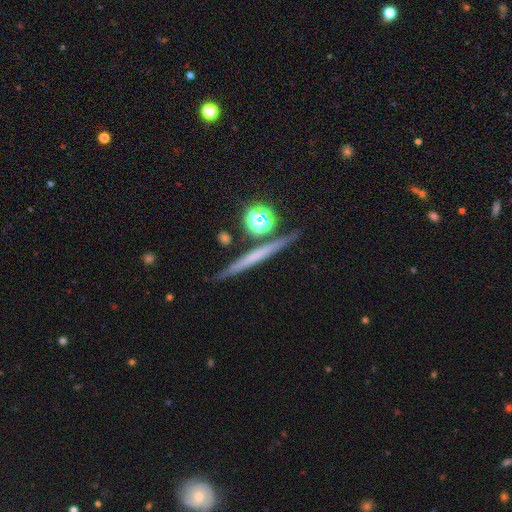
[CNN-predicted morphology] This appears to be a featured or disk galaxy (48%). Merging: none (84%).